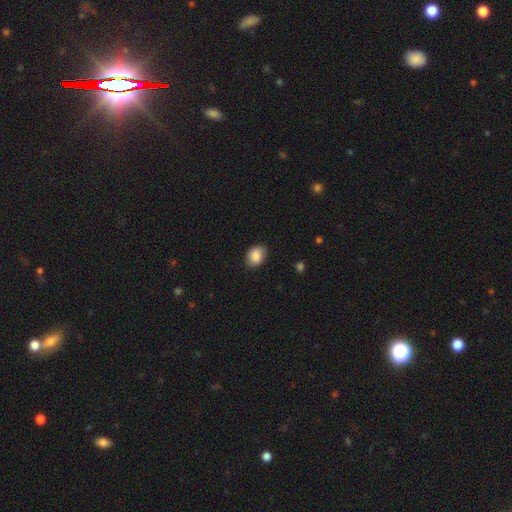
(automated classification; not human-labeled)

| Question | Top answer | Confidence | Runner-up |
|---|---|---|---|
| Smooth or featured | smooth | 87% | star or artifact (8%) |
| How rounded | in between | 63% | round (36%) |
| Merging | none | 82% | minor disturbance (15%) |